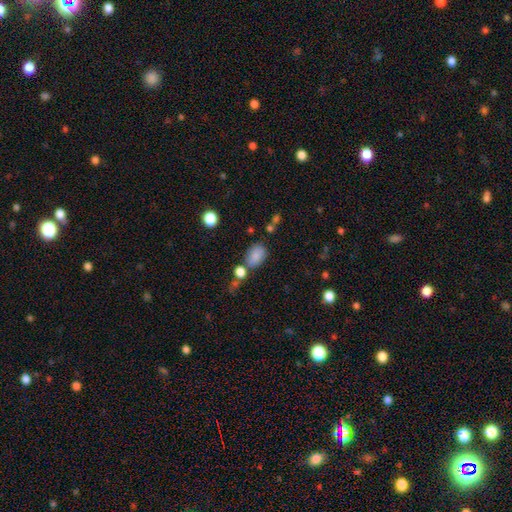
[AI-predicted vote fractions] Overall: smooth (81%). How rounded: in between (81%). Merging: none (65%).